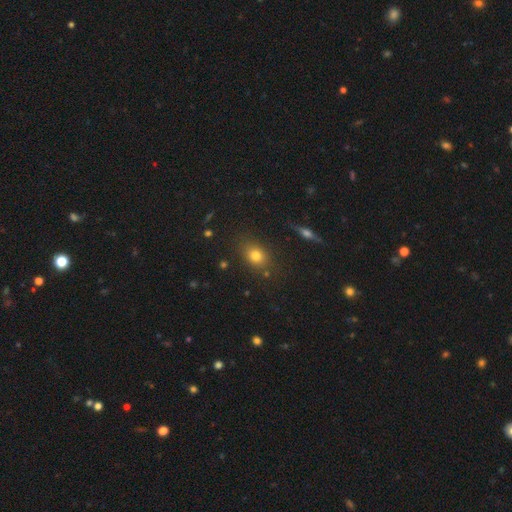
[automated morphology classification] Q: Smooth or featured?
A: smooth (75%); runner-up: star or artifact (14%)
Q: How rounded?
A: in between (56%); runner-up: round (41%)
Q: Merging?
A: none (81%); runner-up: minor disturbance (12%)